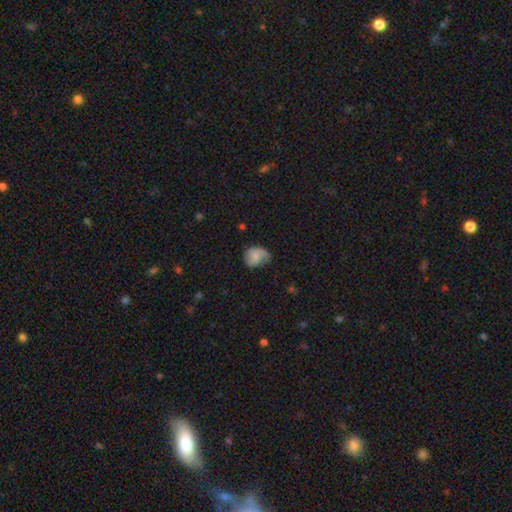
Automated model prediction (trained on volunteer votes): Overall: smooth (50%; featured or disk 42%). Merging: none (43%; minor disturbance 32%).